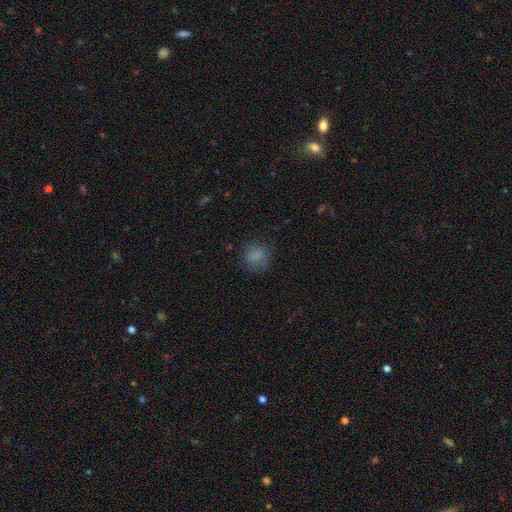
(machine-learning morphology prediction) This is likely a smooth galaxy (77%). How rounded: likely round (75%). Merging: likely none (72%).